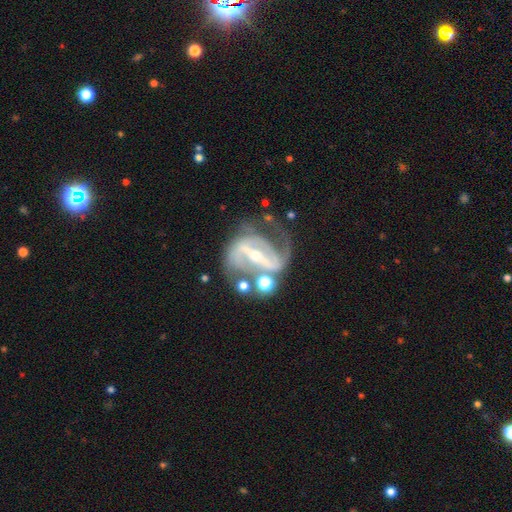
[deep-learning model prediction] Smooth or featured: featured or disk — 90% (star or artifact — 6%)
Edge-on disk: no — 95% (yes — 5%)
Bar: strong — 80% (weak — 14%)
Spiral arms: yes — 93% (no — 7%)
Spiral winding: medium — 47% (tight — 30%)
Spiral arm count: 2 — 79% (can't tell — 8%)
Bulge size: small — 62% (moderate — 34%)
Merging: none — 50% (minor disturbance — 19%)